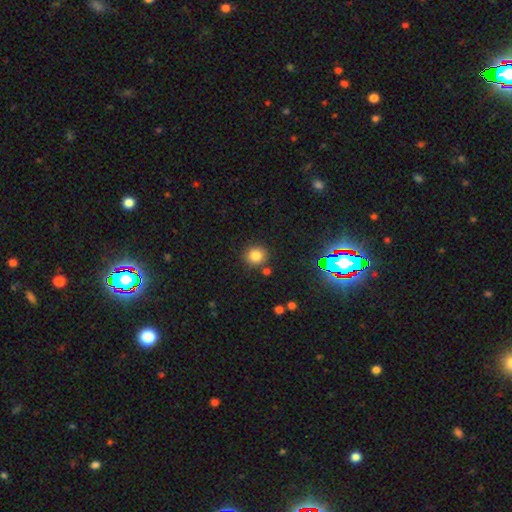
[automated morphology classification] type=smooth (80%); roundness=round (89%); merging=none (83%).